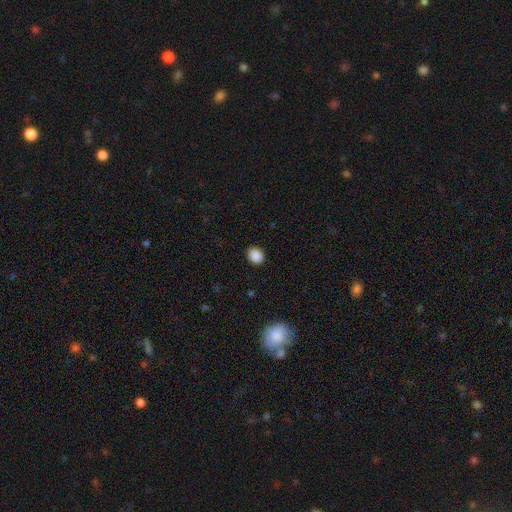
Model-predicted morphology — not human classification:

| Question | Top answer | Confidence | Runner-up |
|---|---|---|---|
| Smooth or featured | smooth | 88% | star or artifact (9%) |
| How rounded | round | 56% | in between (43%) |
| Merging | none | 89% | minor disturbance (8%) |